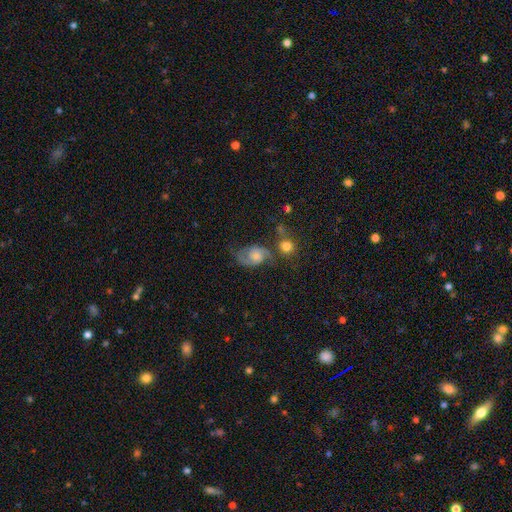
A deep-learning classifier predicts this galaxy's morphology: Smooth or featured? featured or disk (70%)
Edge-on disk? no (97%)
Bar? no (69%)
Spiral arms? yes (93%)
Spiral winding? medium (48%)
Spiral arm count? 2 (85%)
Bulge size? moderate (42%)
Merging? none (46%)